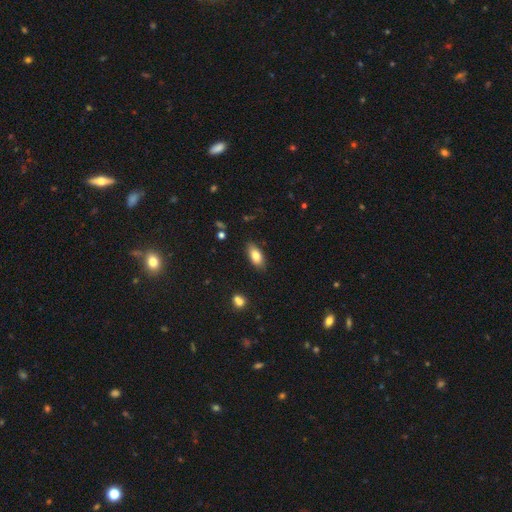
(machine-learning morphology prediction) Smooth or featured?
  - smooth: 79% *
  - featured or disk: 14%
  - star or artifact: 7%
How rounded?
  - in between: 87% *
  - cigar-shaped: 9%
  - round: 3%
Merging?
  - none: 84% *
  - minor disturbance: 12%
  - major disturbance: 2%
  - merger: 2%